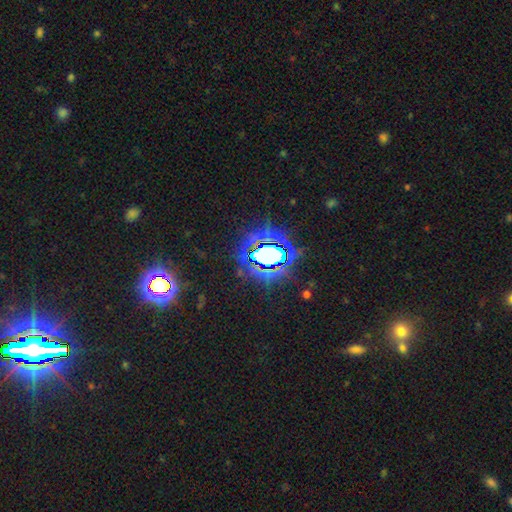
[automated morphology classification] star or artifact 82%, smooth 11%, featured or disk 7%.